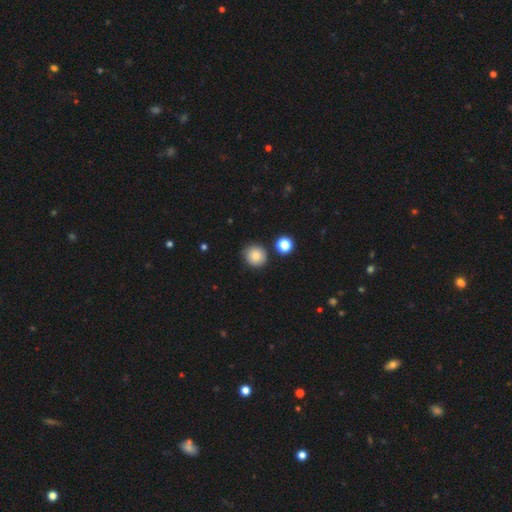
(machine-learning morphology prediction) This is clearly a smooth galaxy (83%). How rounded: clearly round (90%). Merging: clearly none (84%).